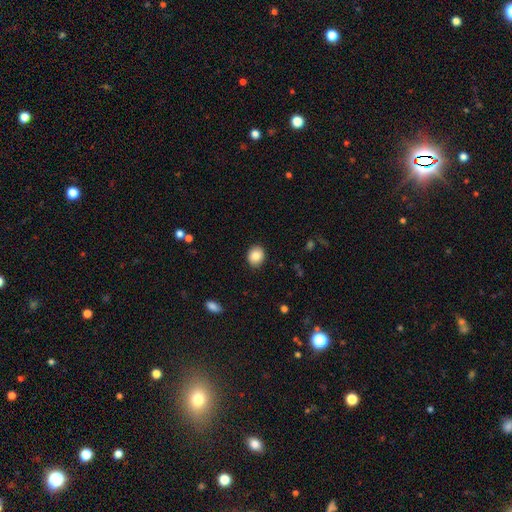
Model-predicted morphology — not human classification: Overall: smooth (85%). How rounded: round (62%; in between 37%). Merging: none (90%).